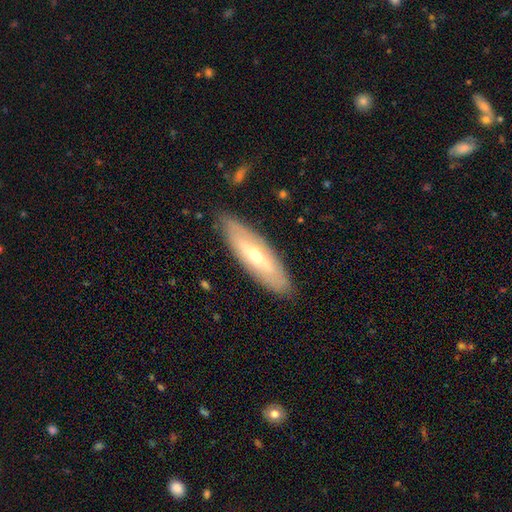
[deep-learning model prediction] A featured or disk galaxy (59%). Merging: none (85%).